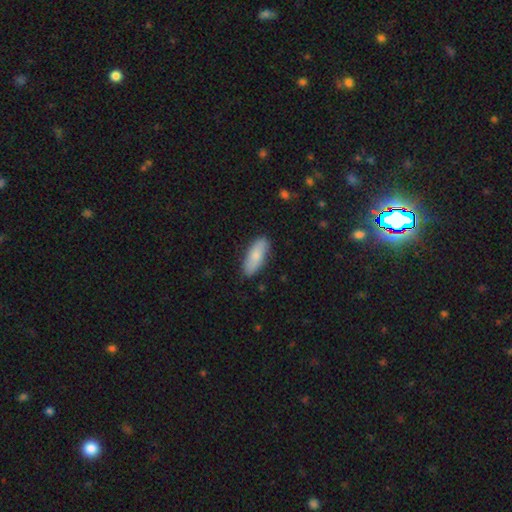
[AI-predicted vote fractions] A smooth galaxy with no disk features (79%) that is in between round and cigar-shaped (69%).

Vote fractions:
- Smooth or featured? smooth: 79% / featured or disk: 16% / star or artifact: 5%
- How rounded? in between: 69% / cigar-shaped: 28% / round: 2%
- Merging? none: 85% / minor disturbance: 12% / major disturbance: 2% / merger: 1%